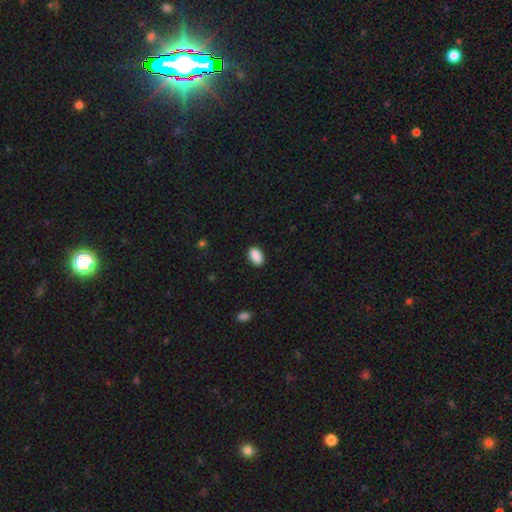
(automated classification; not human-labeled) smooth_or_featured: smooth (p=0.91) [alt: star or artifact p=0.07]
how_rounded: in between (p=0.92) [alt: round p=0.06]
merging: none (p=0.89) [alt: minor disturbance p=0.08]